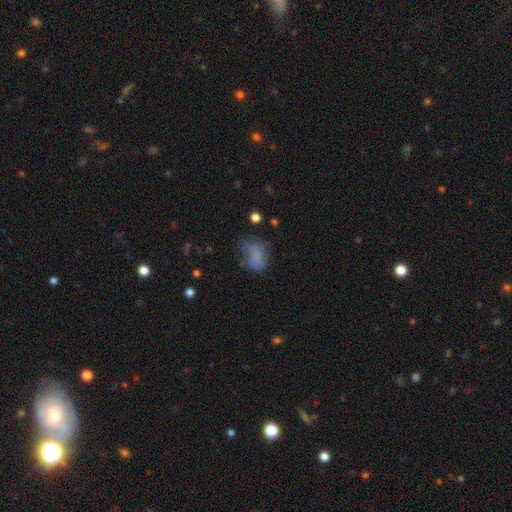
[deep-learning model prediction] The model was most divided on "merging": none: 38%, minor disturbance: 31%, major disturbance: 28%, merger: 4%. More confident: how rounded — in between (74%); smooth or featured — smooth (63%).